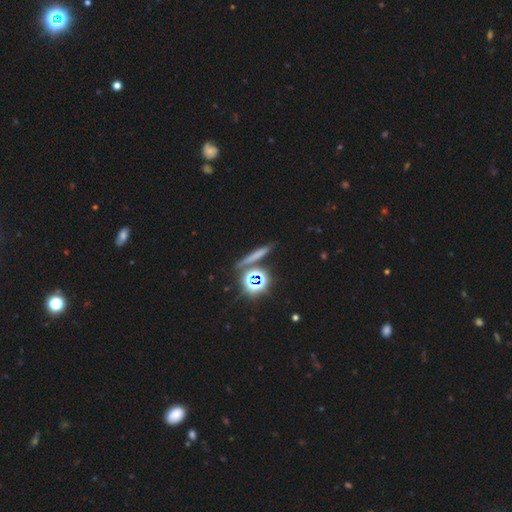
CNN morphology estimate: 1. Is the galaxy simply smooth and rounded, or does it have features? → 53% smooth, 29% star or artifact, 18% featured or disk.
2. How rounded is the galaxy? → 76% cigar-shaped, 15% round, 9% in between.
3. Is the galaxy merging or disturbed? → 80% none, 9% minor disturbance, 8% merger, 3% major disturbance.